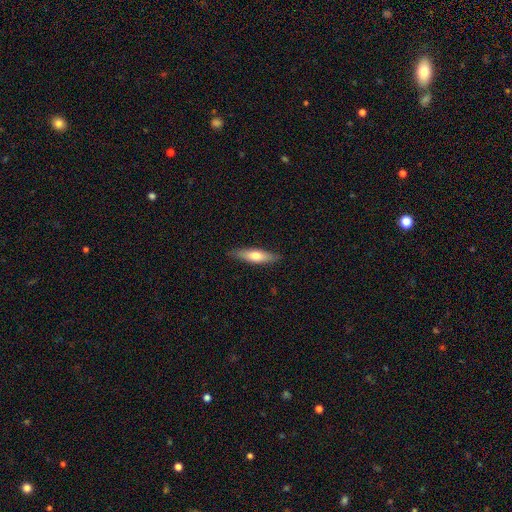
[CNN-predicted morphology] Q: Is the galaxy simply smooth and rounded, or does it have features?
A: smooth — 60%.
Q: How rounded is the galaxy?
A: cigar-shaped — 67%.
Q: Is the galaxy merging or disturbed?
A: none — 87%.